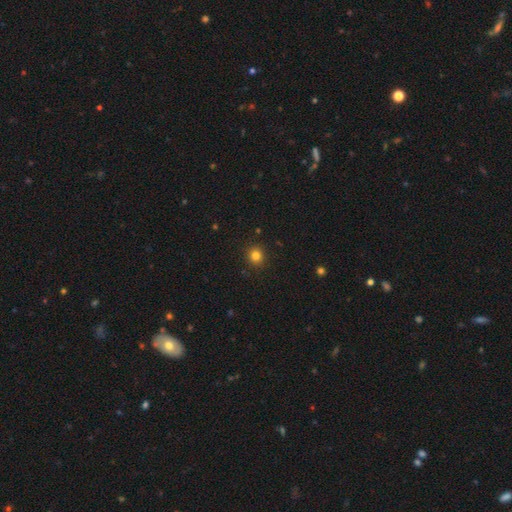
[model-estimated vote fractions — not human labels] A smooth galaxy with no disk features (81%) that is round (92%).

Vote fractions:
- Smooth or featured? smooth: 81% / star or artifact: 14% / featured or disk: 5%
- How rounded? round: 92% / in between: 7% / cigar-shaped: 1%
- Merging? none: 91% / minor disturbance: 6% / major disturbance: 2% / merger: 1%